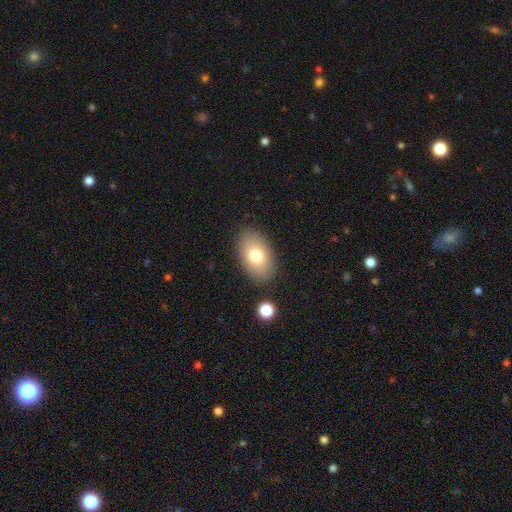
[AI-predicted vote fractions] Overall: smooth (76%). How rounded: in between (92%). Merging: none (86%).